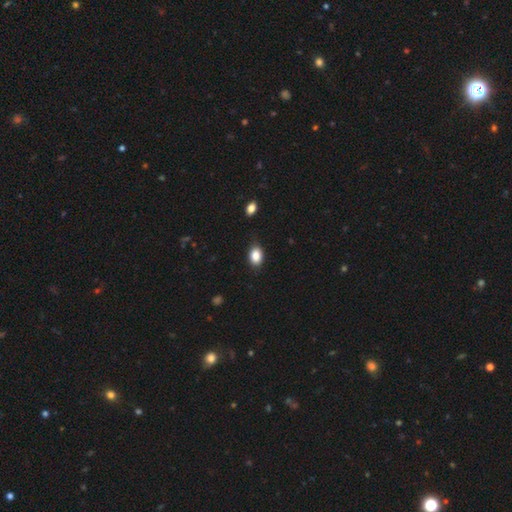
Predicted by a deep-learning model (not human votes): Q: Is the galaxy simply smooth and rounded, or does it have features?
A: smooth — 87%.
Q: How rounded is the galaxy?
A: in between — 78%.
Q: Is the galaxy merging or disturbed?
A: none — 80%.